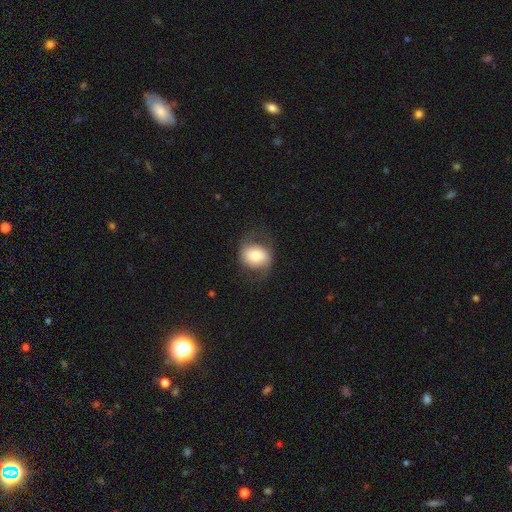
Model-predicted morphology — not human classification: Smooth or featured? Predicted: smooth (p=0.58). How rounded? Predicted: round (p=0.52). Merging? Predicted: none (p=0.66).